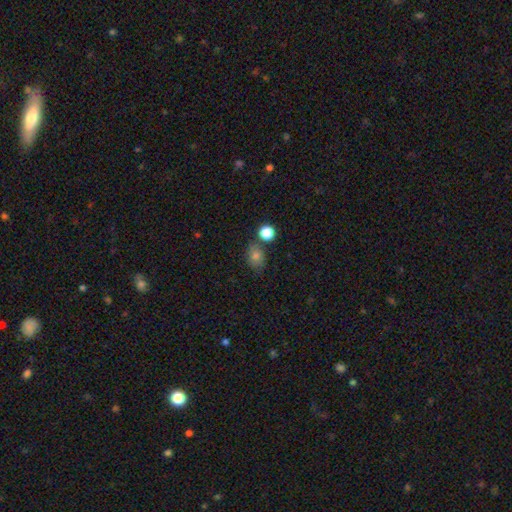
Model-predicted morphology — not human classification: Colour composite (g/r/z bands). It shows a smooth galaxy with no disk features (74%) that is in between round and cigar-shaped (57%). Merging: none (68%).